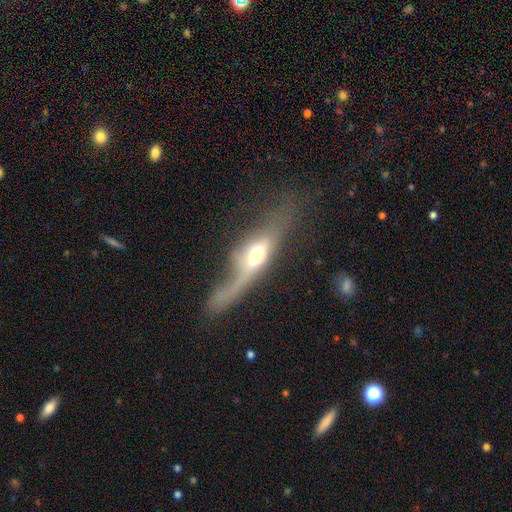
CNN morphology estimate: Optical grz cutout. It shows a featured or disk galaxy (58%) viewed edge-on (56%). Merging: major disturbance (46%).